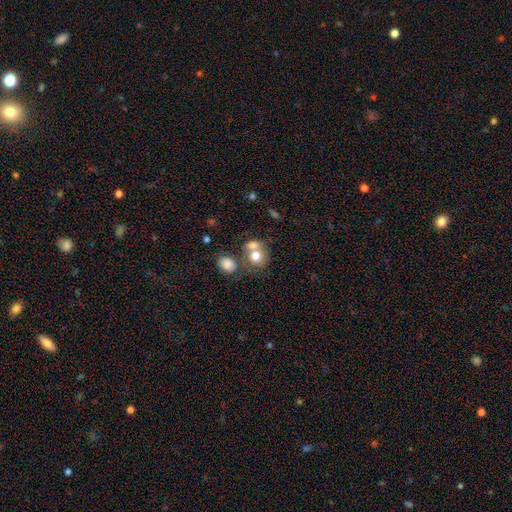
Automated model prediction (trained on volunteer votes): This appears to be a smooth galaxy with no disk features (73%) that is round (71%). Merging: merger (50%).